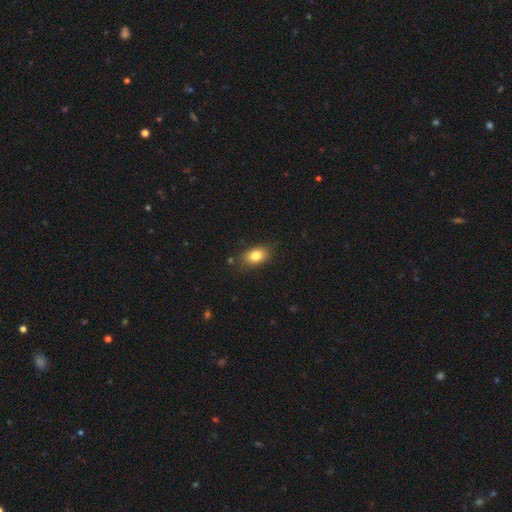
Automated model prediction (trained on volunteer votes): Smooth or featured? Predicted: smooth (p=0.83). How rounded? Predicted: in between (p=0.85). Merging? Predicted: none (p=0.81).